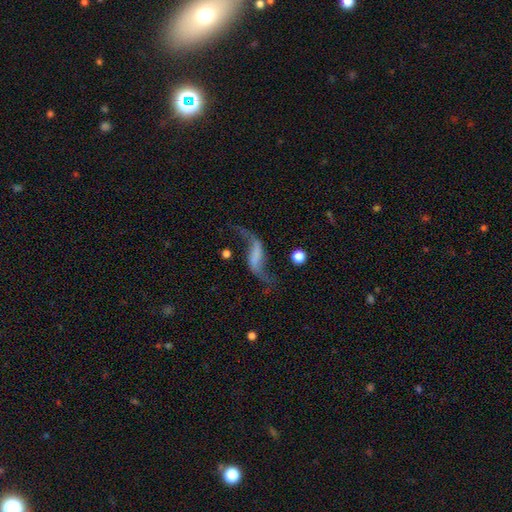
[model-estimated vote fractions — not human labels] Smooth or featured: featured or disk — 78% (smooth — 13%)
Edge-on disk: no — 94% (yes — 6%)
Bar: strong — 35% (tied with no — 35%)
Spiral arms: yes — 92% (no — 8%)
Spiral winding: loose — 94% (medium — 4%)
Spiral arm count: 2 — 92% (1 — 4%)
Bulge size: none — 70% (small — 14%)
Merging: none — 63% (major disturbance — 16%)